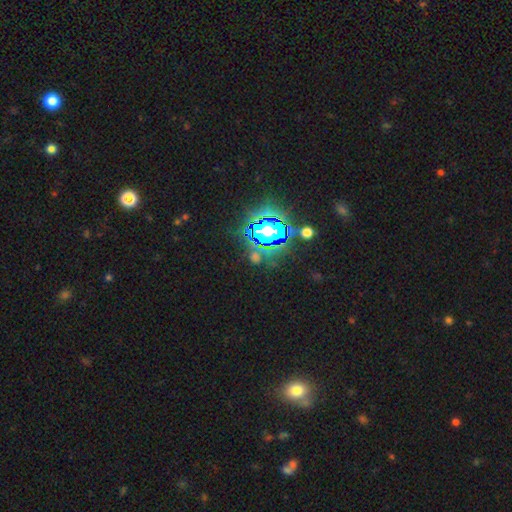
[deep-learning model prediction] star or artifact 71%, smooth 19%, featured or disk 10%.